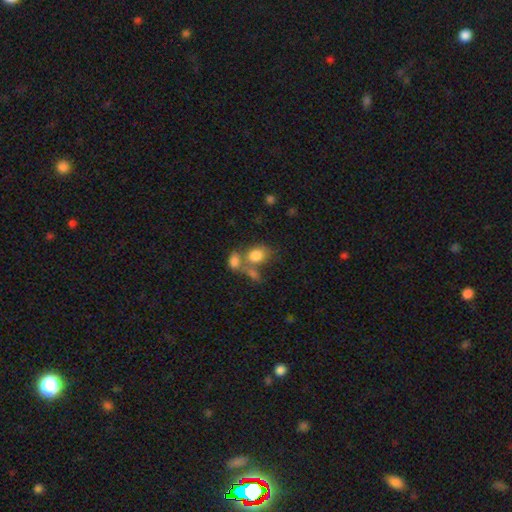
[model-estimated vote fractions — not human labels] Smooth or featured?
  - smooth: 79% *
  - featured or disk: 11%
  - star or artifact: 10%
How rounded?
  - in between: 61% *
  - round: 37%
  - cigar-shaped: 2%
Merging?
  - merger: 44% *
  - none: 36%
  - minor disturbance: 12%
  - major disturbance: 8%